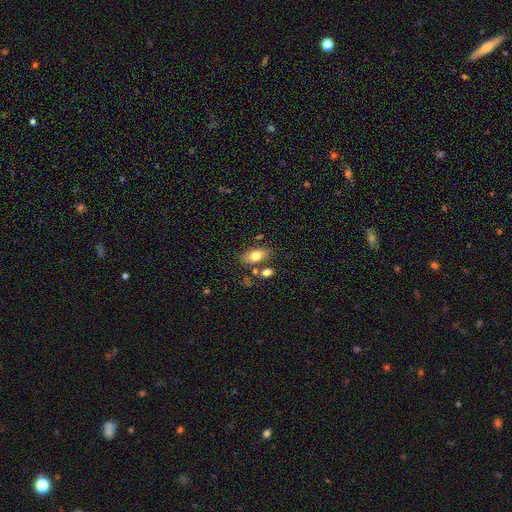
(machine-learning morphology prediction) Smooth or featured: smooth — 77% (featured or disk — 15%)
How rounded: in between — 88% (round — 7%)
Merging: none — 70% (minor disturbance — 14%)